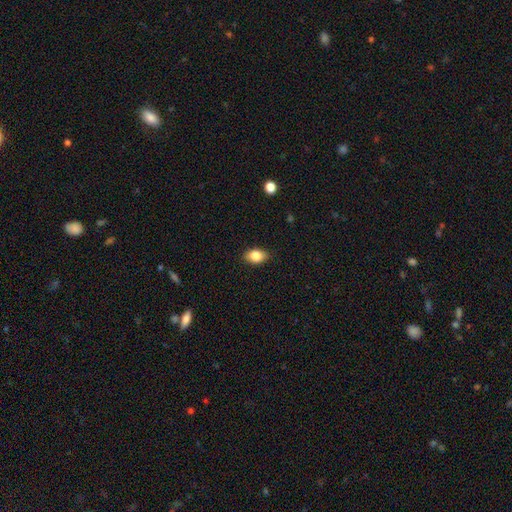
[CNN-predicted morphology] Smooth or featured? smooth (84%)
How rounded? in between (83%)
Merging? none (86%)